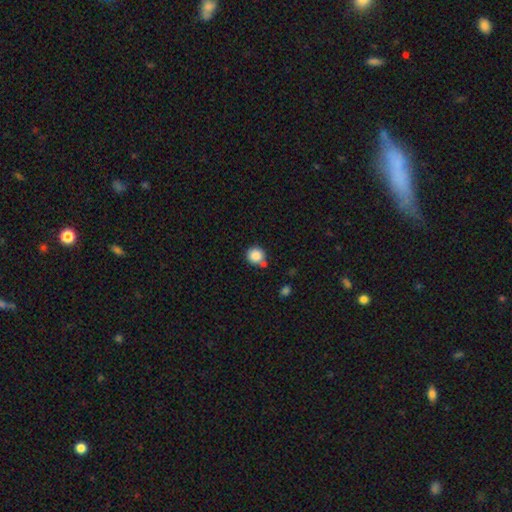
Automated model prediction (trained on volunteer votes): Q: Smooth or featured?
A: smooth (85%); runner-up: star or artifact (9%)
Q: How rounded?
A: round (93%); runner-up: in between (6%)
Q: Merging?
A: none (74%); runner-up: merger (13%)